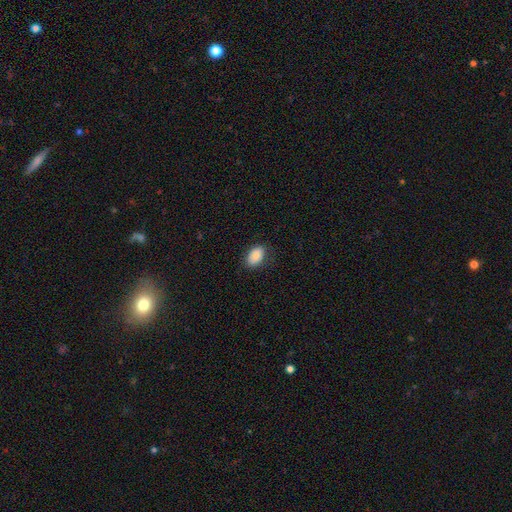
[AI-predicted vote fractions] Morphology: type=smooth (84%); roundness=in between (89%); merging=none (82%).